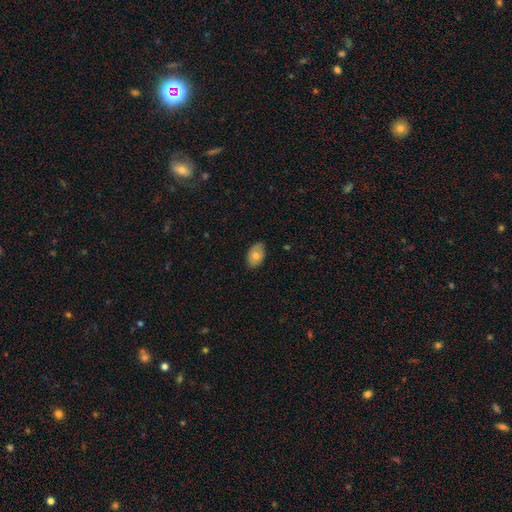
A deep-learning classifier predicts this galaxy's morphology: smooth-or-featured: smooth: 73% | featured or disk: 19% | star or artifact: 8%
  how-rounded: in between: 87% | round: 12% | cigar-shaped: 1%
  merging: none: 79% | minor disturbance: 17% | major disturbance: 2% | merger: 1%